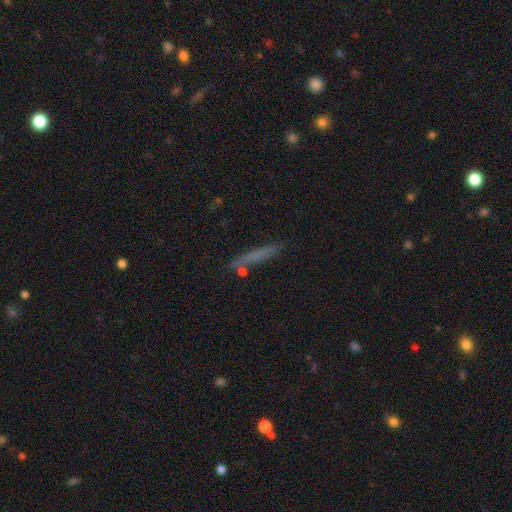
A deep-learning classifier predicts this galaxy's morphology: The model was most divided on "smooth or featured": smooth: 64%, featured or disk: 26%, star or artifact: 10%. More confident: how rounded — cigar-shaped (93%); merging — none (79%).